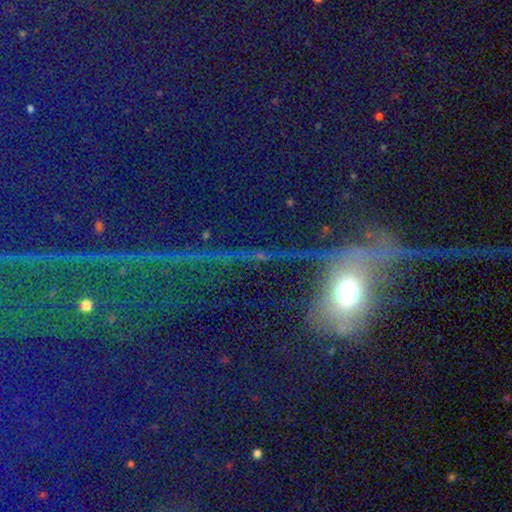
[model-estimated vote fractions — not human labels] This appears to be a star or artifact, not a galaxy (54%).